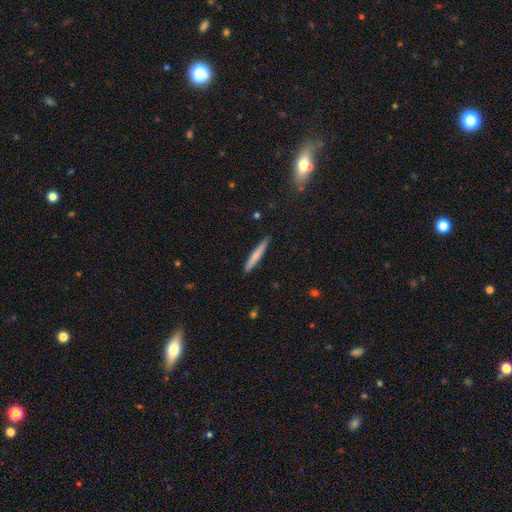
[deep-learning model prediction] smooth-or-featured: smooth: 70% | featured or disk: 24% | star or artifact: 6%
  how-rounded: cigar-shaped: 95% | in between: 3% | round: 1%
  merging: none: 89% | minor disturbance: 8% | major disturbance: 2% | merger: 1%